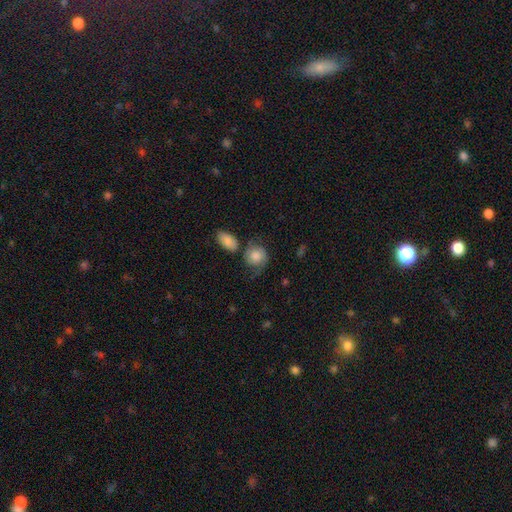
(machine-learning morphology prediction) Overall: smooth (59%; featured or disk 33%). How rounded: round (75%). Merging: none (47%; minor disturbance 25%).